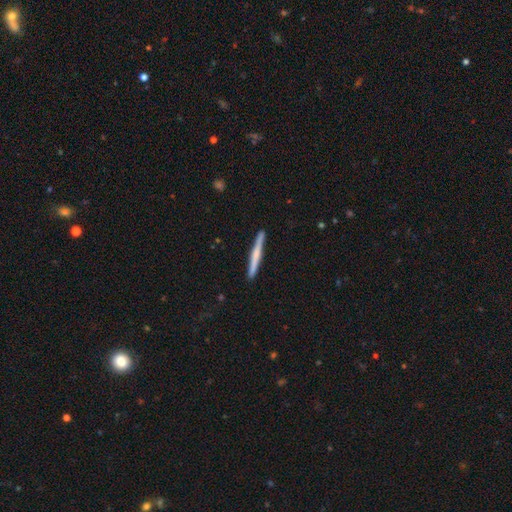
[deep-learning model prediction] Smooth or featured?
  - smooth: 49% *
  - featured or disk: 46%
  - star or artifact: 5%
Merging?
  - none: 91% *
  - minor disturbance: 6%
  - major disturbance: 1%
  - merger: 1%